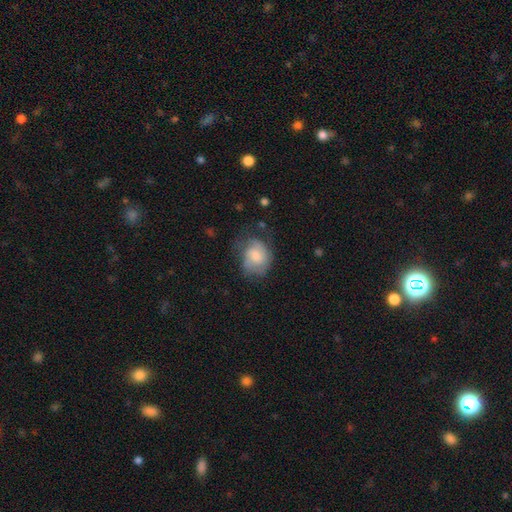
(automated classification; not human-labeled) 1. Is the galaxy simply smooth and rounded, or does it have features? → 56% smooth, 37% featured or disk, 7% star or artifact.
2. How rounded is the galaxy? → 52% round, 47% in between, 1% cigar-shaped.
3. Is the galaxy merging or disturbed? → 47% none, 31% minor disturbance, 20% major disturbance, 2% merger.